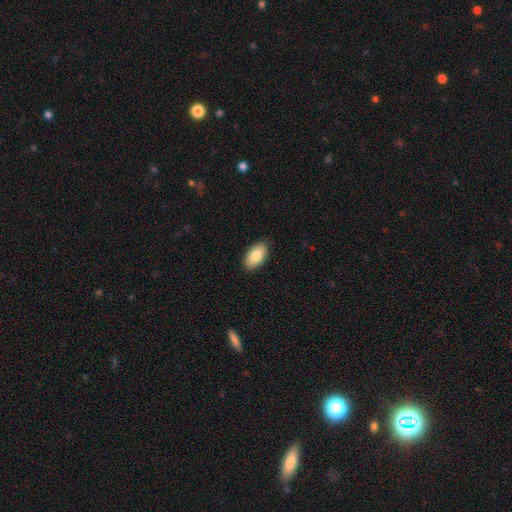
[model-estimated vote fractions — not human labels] A smooth galaxy with no disk features (82%) that is in between round and cigar-shaped (95%).

Vote fractions:
- Smooth or featured? smooth: 82% / featured or disk: 11% / star or artifact: 6%
- How rounded? in between: 95% / round: 3% / cigar-shaped: 2%
- Merging? none: 89% / minor disturbance: 9% / major disturbance: 2% / merger: 1%